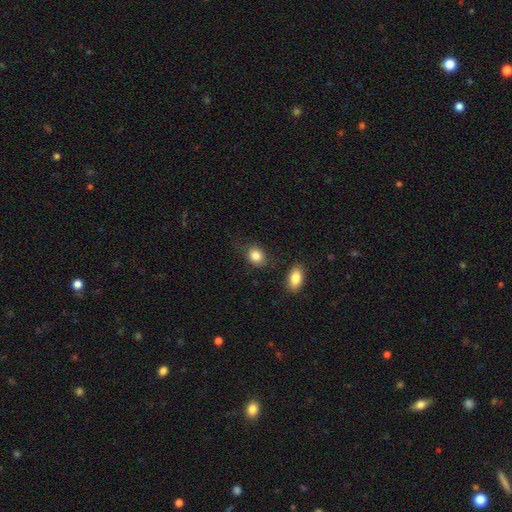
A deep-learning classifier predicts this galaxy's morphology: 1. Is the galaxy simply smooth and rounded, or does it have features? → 85% smooth, 9% star or artifact, 6% featured or disk.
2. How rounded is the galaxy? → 51% in between, 48% round, 1% cigar-shaped.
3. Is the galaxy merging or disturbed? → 72% none, 18% minor disturbance, 5% major disturbance, 5% merger.